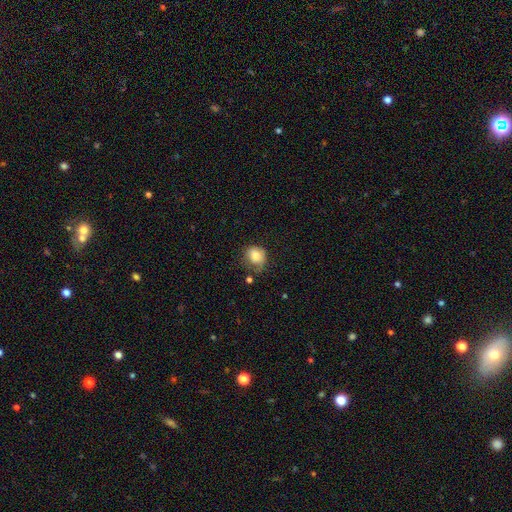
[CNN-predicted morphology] A smooth galaxy with no disk features (81%) that is round (64%).

Vote fractions:
- Smooth or featured? smooth: 81% / featured or disk: 10% / star or artifact: 9%
- How rounded? round: 64% / in between: 35% / cigar-shaped: 1%
- Merging? none: 46% / minor disturbance: 33% / major disturbance: 16% / merger: 5%